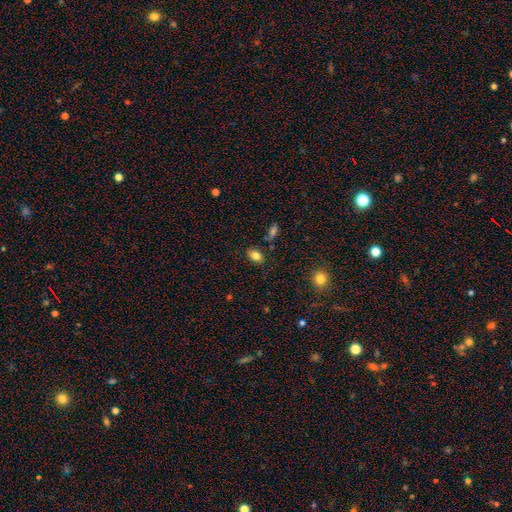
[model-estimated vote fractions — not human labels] Morphology: type=smooth (81%); roundness=in between (81%); merging=none (81%).